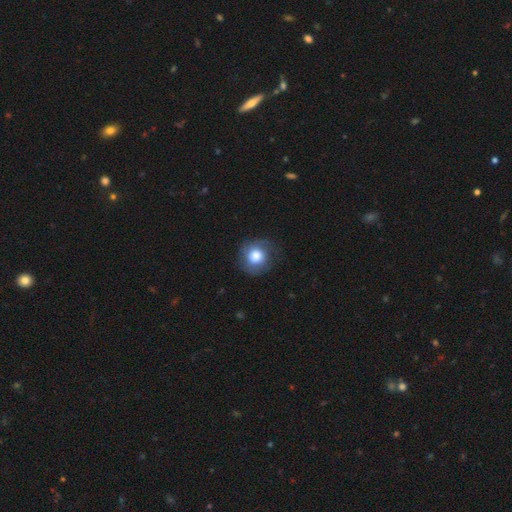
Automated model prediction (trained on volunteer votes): smooth_or_featured: smooth (p=0.69) [alt: featured or disk p=0.23]
how_rounded: round (p=0.87) [alt: in between p=0.12]
merging: none (p=0.72) [alt: minor disturbance p=0.18]